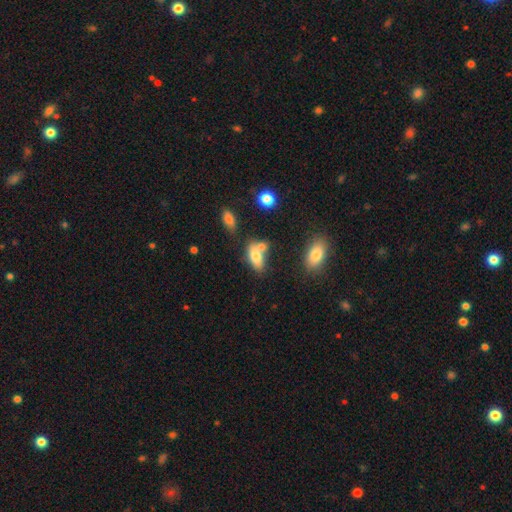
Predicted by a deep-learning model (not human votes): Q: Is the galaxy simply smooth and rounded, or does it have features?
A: smooth — 74%.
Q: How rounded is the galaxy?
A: in between — 87%.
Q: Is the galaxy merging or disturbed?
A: merger — 41%.